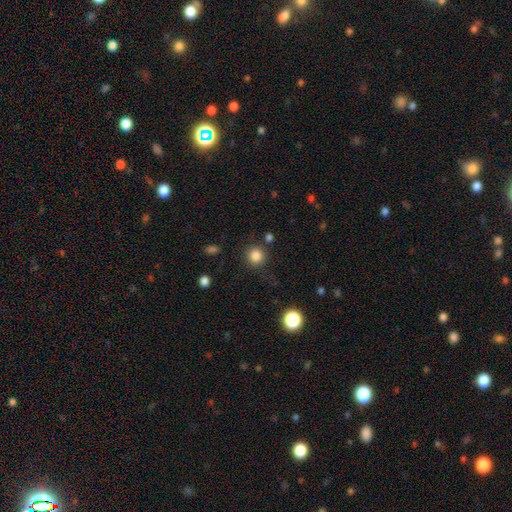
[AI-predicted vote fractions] A smooth galaxy with no disk features (84%) that is round (92%).

Vote fractions:
- Smooth or featured? smooth: 84% / star or artifact: 12% / featured or disk: 4%
- How rounded? round: 92% / in between: 7% / cigar-shaped: 1%
- Merging? none: 83% / minor disturbance: 9% / merger: 4% / major disturbance: 4%